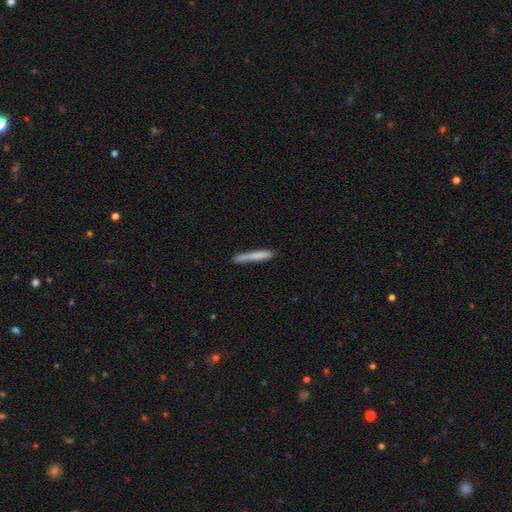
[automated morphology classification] Smooth or featured: smooth — 74% (featured or disk — 19%)
How rounded: cigar-shaped — 96% (in between — 2%)
Merging: none — 83% (minor disturbance — 12%)